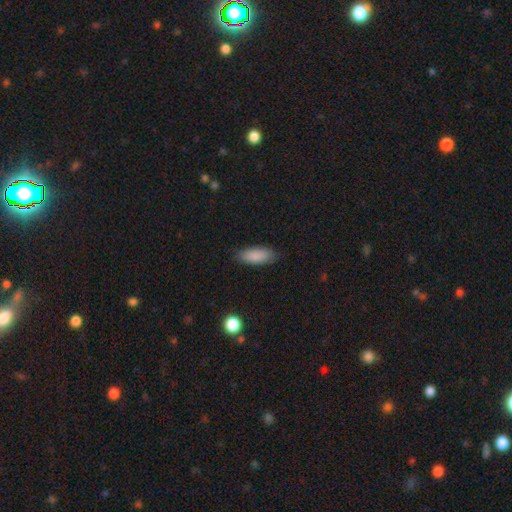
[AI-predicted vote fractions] This is clearly a smooth galaxy (87%). How rounded: likely in between (76%). Merging: clearly none (84%).